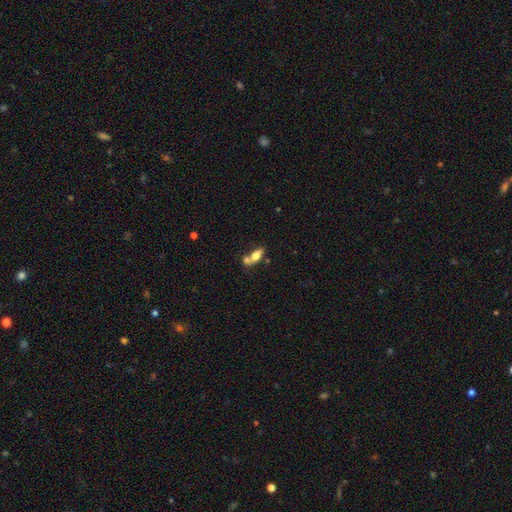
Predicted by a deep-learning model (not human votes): A smooth galaxy with no disk features (62%) that is in between round and cigar-shaped (74%). Merging: merger (43%).